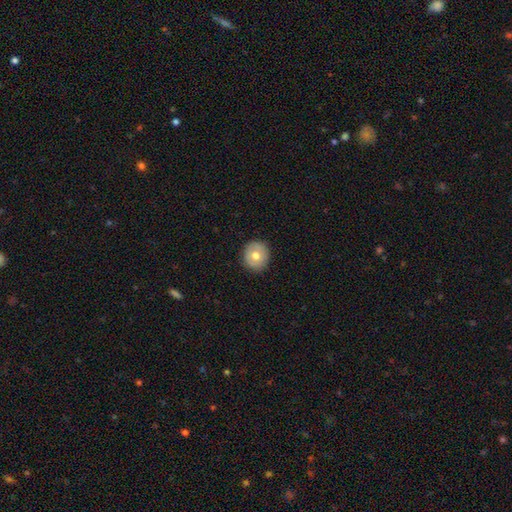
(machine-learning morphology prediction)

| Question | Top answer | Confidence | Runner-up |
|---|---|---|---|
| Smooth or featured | smooth | 68% | featured or disk (24%) |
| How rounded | round | 87% | in between (12%) |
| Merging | none | 89% | minor disturbance (8%) |